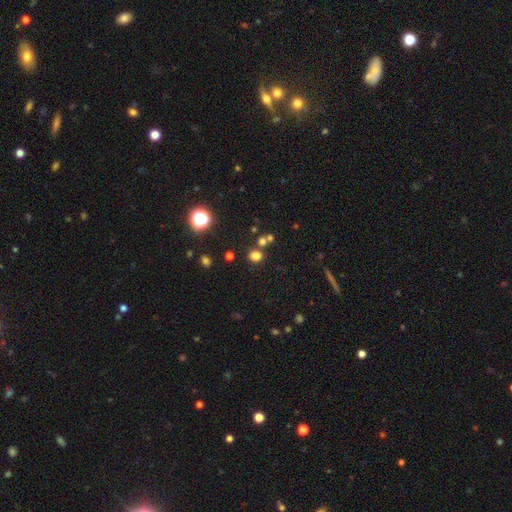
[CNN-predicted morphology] smooth_or_featured: smooth (p=0.71) [alt: star or artifact p=0.24]
how_rounded: round (p=0.70) [alt: in between p=0.29]
merging: none (p=0.73) [alt: merger p=0.15]